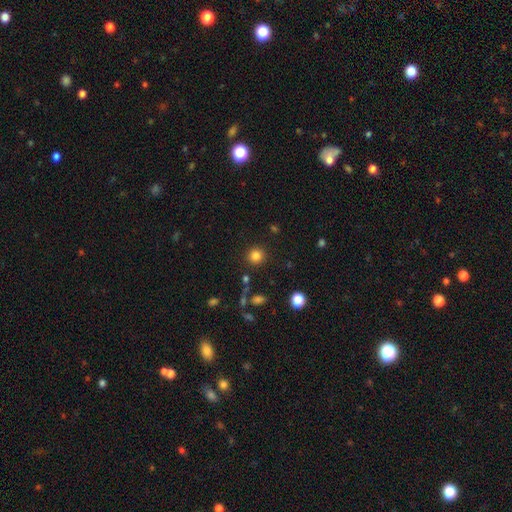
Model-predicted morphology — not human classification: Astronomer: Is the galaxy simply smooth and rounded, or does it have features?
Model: smooth — 83%.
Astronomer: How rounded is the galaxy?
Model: round — 92%.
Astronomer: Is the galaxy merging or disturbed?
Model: none — 89%.